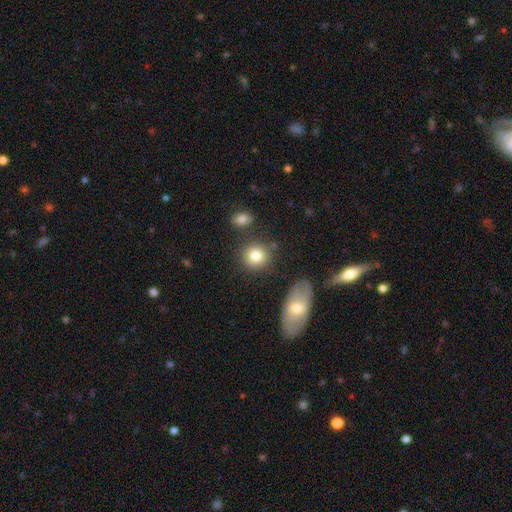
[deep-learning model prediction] Smooth or featured? Predicted: smooth (p=0.82). How rounded? Predicted: round (p=0.83). Merging? Predicted: none (p=0.78).